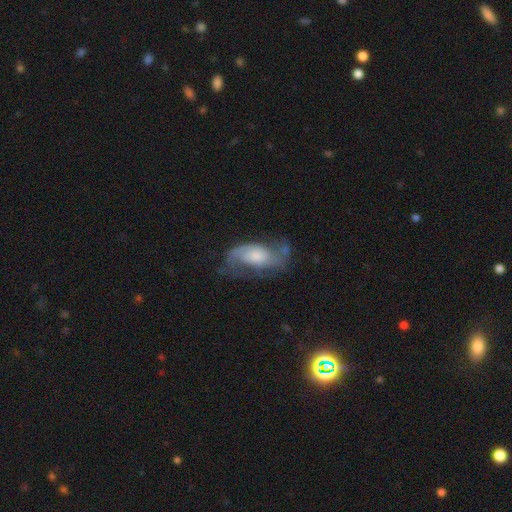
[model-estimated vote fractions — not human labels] A featured or disk galaxy (73%) with no bar (64%), 2 (79%) medium (44%) spiral arms (89%) and a moderate central bulge (41%). Merging: none (51%).